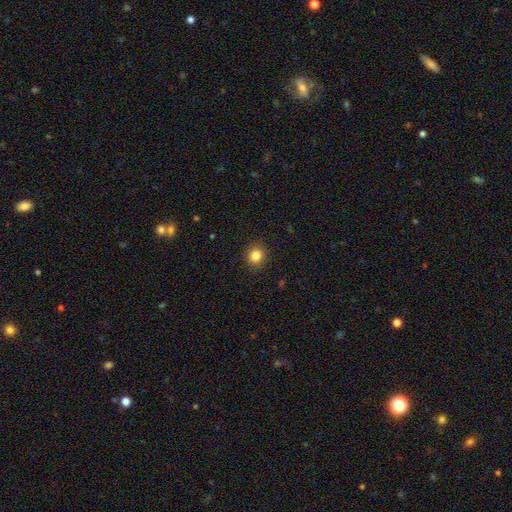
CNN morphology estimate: This is clearly a smooth galaxy (84%). How rounded: clearly round (86%). Merging: clearly none (91%).